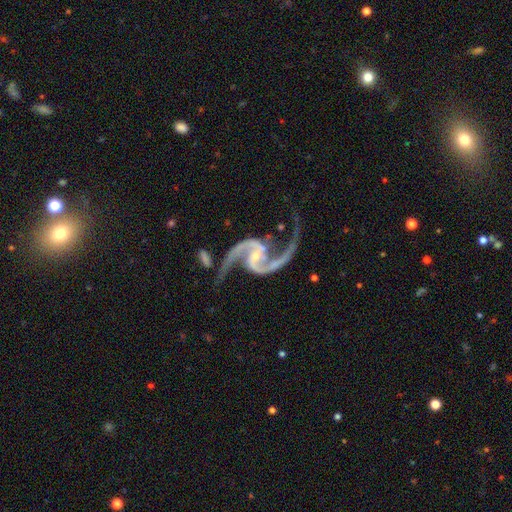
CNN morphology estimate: smooth-or-featured: featured or disk: 94% | star or artifact: 4% | smooth: 2%
  disk-edge-on: no: 98% | yes: 2%
    bar: no: 42% | weak: 37% | strong: 21%
    has-spiral-arms: yes: 99% | no: 1%
      spiral-winding: loose: 53% | medium: 40% | tight: 7%
      spiral-arm-count: 2: 94% | 3: 1% | 1: 1% | can't tell: 1% | 4: 1% | more than 4: 1%
    bulge-size: small: 73% | moderate: 20% | none: 5% | large: 1% | dominant: 1%
  merging: none: 64% | minor disturbance: 17% | major disturbance: 13% | merger: 5%